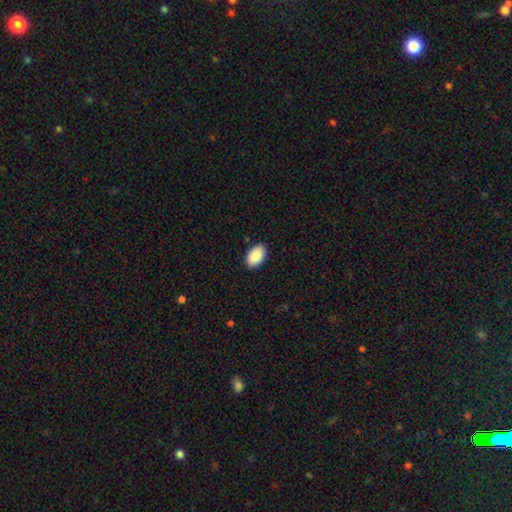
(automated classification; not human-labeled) This appears to be a smooth galaxy with no disk features (90%) that is in between round and cigar-shaped (94%). Merging: none (89%).